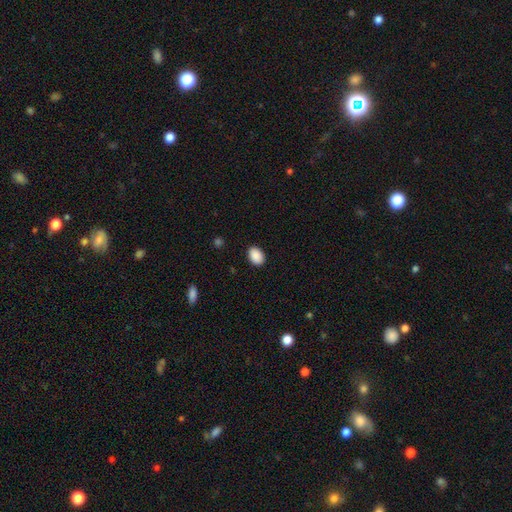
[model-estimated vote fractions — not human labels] smooth 90%, star or artifact 7%, featured or disk 3%. Down the decision tree: how rounded — in between (80%); merging — none (88%).